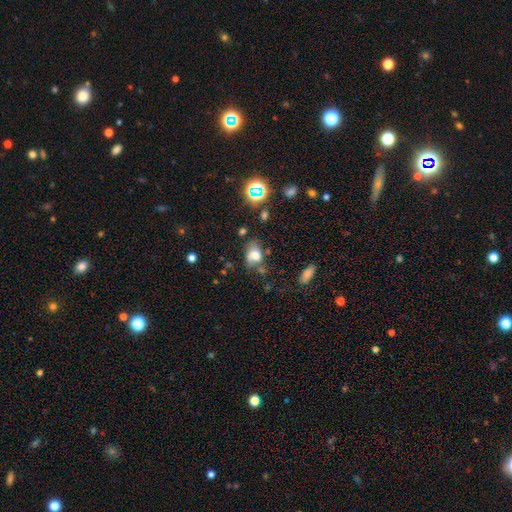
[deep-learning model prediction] Q: Smooth or featured?
A: smooth (63%); runner-up: featured or disk (21%)
Q: How rounded?
A: in between (76%); runner-up: round (22%)
Q: Merging?
A: none (41%); runner-up: minor disturbance (29%)